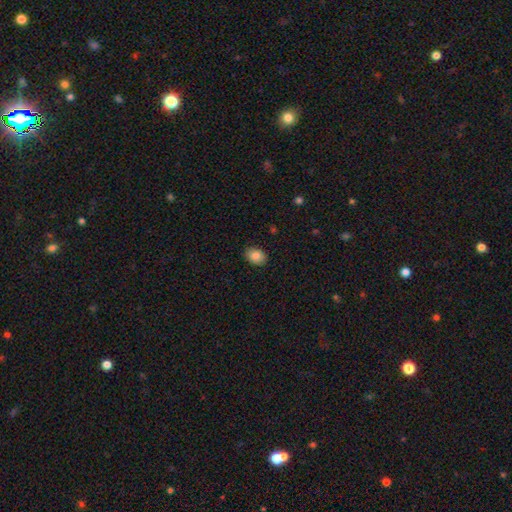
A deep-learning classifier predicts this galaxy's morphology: Q: Smooth or featured?
A: smooth (87%); runner-up: star or artifact (8%)
Q: How rounded?
A: in between (73%); runner-up: round (26%)
Q: Merging?
A: none (89%); runner-up: minor disturbance (8%)